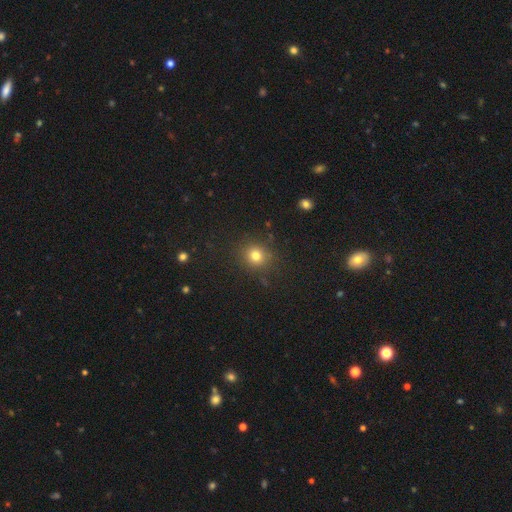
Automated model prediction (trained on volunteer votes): Smooth or featured? smooth (78%)
How rounded? round (87%)
Merging? none (86%)